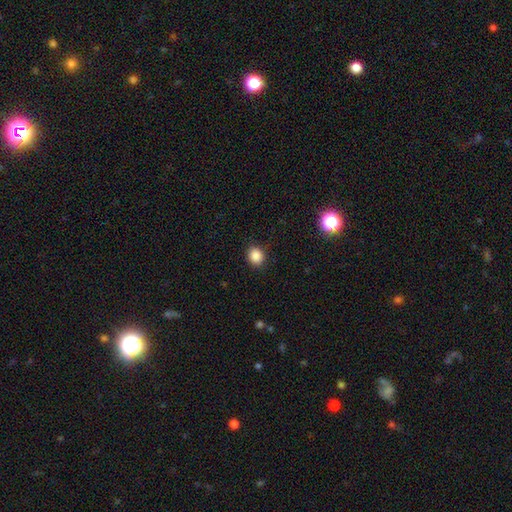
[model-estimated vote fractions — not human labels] Smooth or featured?
  - smooth: 86% *
  - star or artifact: 11%
  - featured or disk: 3%
How rounded?
  - round: 73% *
  - in between: 27%
  - cigar-shaped: 1%
Merging?
  - none: 89% *
  - minor disturbance: 8%
  - major disturbance: 2%
  - merger: 1%